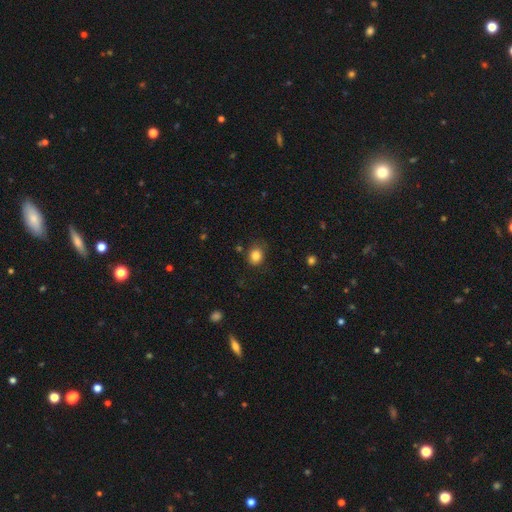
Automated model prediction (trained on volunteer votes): Smooth or featured: smooth — 84% (star or artifact — 11%)
How rounded: round — 64% (in between — 35%)
Merging: none — 75% (minor disturbance — 18%)